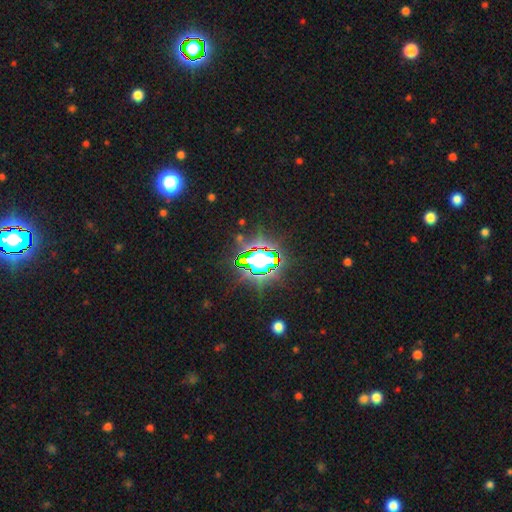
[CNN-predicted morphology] Overall: star or artifact (75%).